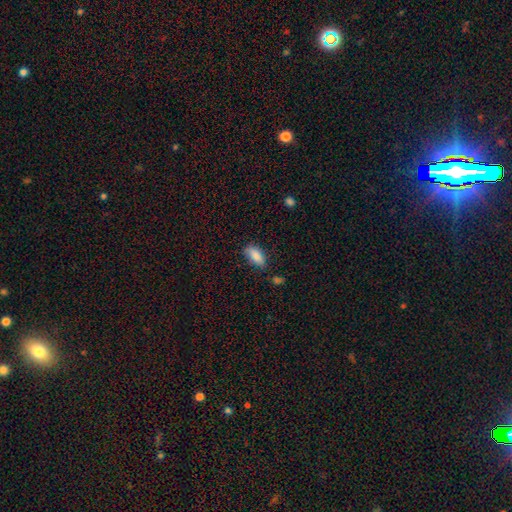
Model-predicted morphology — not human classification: The model was most divided on "merging": none: 73%, minor disturbance: 19%, major disturbance: 4%, merger: 3%. More confident: smooth or featured — smooth (87%); how rounded — in between (85%).